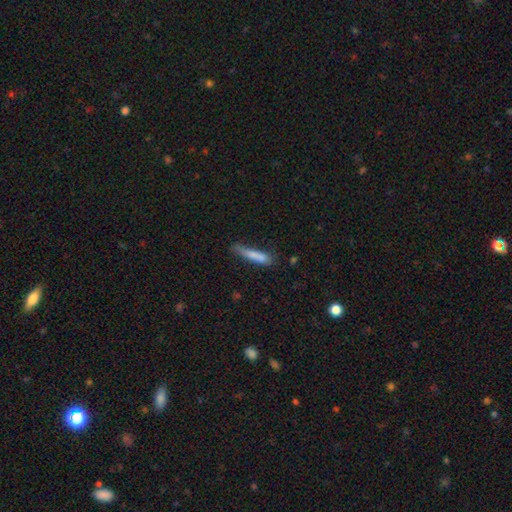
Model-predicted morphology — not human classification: Smooth or featured? Predicted: smooth (p=0.77). How rounded? Predicted: cigar-shaped (p=0.87). Merging? Predicted: none (p=0.54).